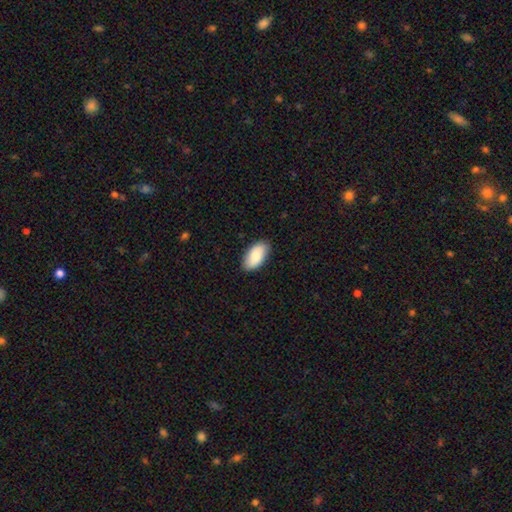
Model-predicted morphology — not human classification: Smooth or featured? Predicted: smooth (p=0.82). How rounded? Predicted: in between (p=0.95). Merging? Predicted: none (p=0.86).